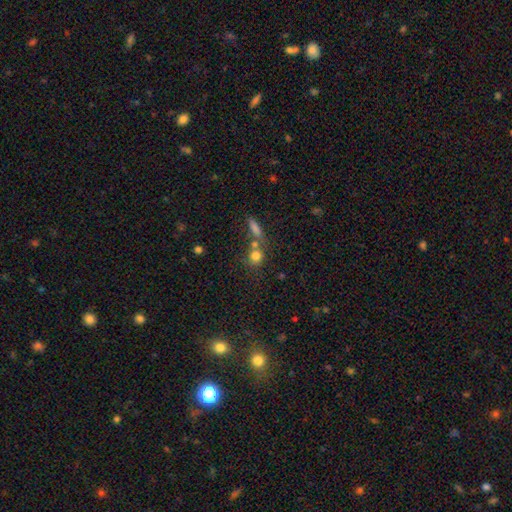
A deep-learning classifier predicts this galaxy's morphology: Smooth or featured? smooth (77%)
How rounded? round (76%)
Merging? none (54%)